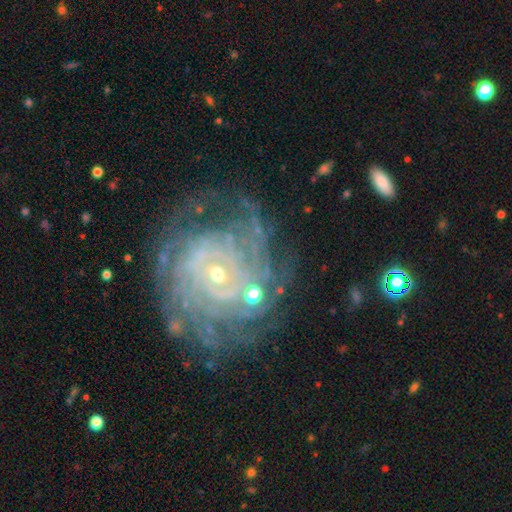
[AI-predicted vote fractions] Smooth or featured? Predicted: featured or disk (p=0.86). Edge-on disk? Predicted: no (p=0.97). Bar? Predicted: no (p=0.70). Spiral arms? Predicted: yes (p=0.95). Spiral winding? Predicted: tight (p=0.78). Spiral arm count? Predicted: can't tell (p=0.34). Bulge size? Predicted: small (p=0.79). Merging? Predicted: none (p=0.71).